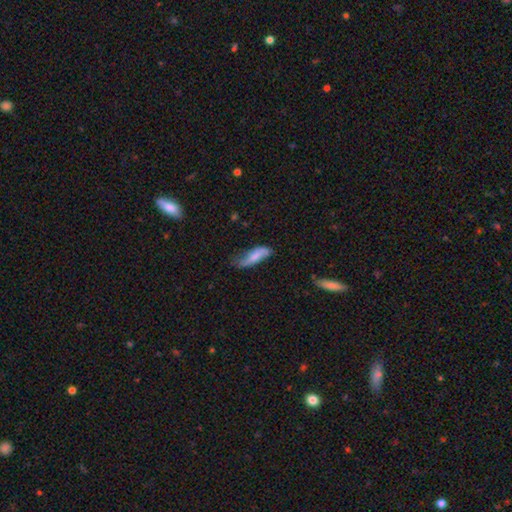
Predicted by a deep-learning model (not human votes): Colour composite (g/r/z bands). It shows a smooth galaxy with no disk features (59%) that is in between round and cigar-shaped (53%). Merging: none (44%).